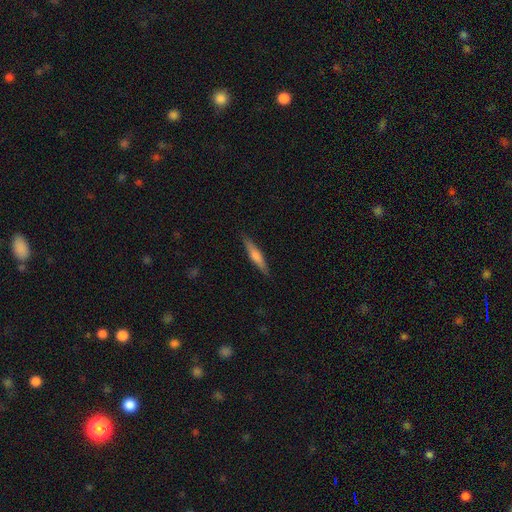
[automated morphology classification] Smooth or featured?
  - smooth: 51% *
  - featured or disk: 43%
  - star or artifact: 6%
How rounded?
  - cigar-shaped: 89% *
  - in between: 9%
  - round: 2%
Merging?
  - none: 89% *
  - minor disturbance: 8%
  - major disturbance: 2%
  - merger: 1%